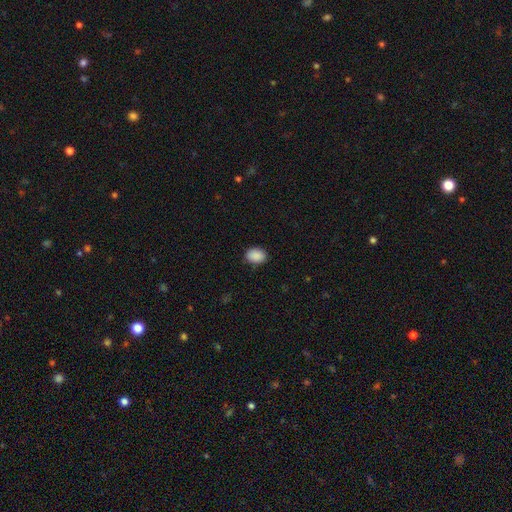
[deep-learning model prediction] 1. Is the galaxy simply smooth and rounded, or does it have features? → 90% smooth, 7% star or artifact, 3% featured or disk.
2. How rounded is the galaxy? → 77% in between, 22% round, 1% cigar-shaped.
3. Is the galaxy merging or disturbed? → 85% none, 11% minor disturbance, 2% major disturbance, 1% merger.